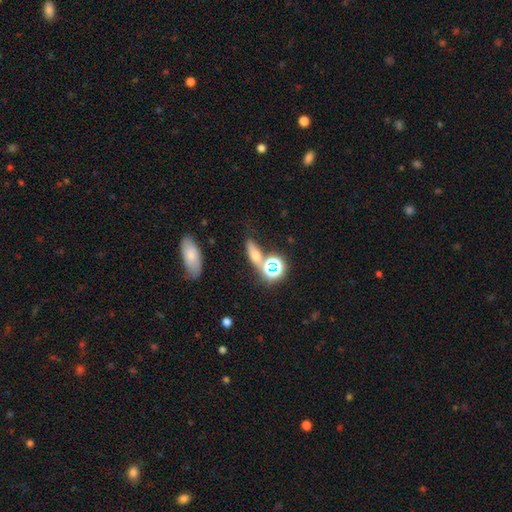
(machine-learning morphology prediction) Smooth or featured?
  - smooth: 52% *
  - star or artifact: 28%
  - featured or disk: 19%
How rounded?
  - in between: 48% *
  - round: 26%
  - cigar-shaped: 26%
Merging?
  - none: 58% *
  - merger: 20%
  - minor disturbance: 14%
  - major disturbance: 8%